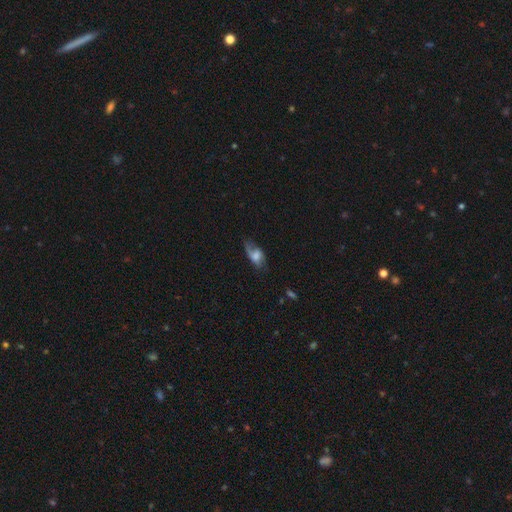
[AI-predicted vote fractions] Morphology: type=smooth (52%); roundness=in between (86%); merging=none (38%).